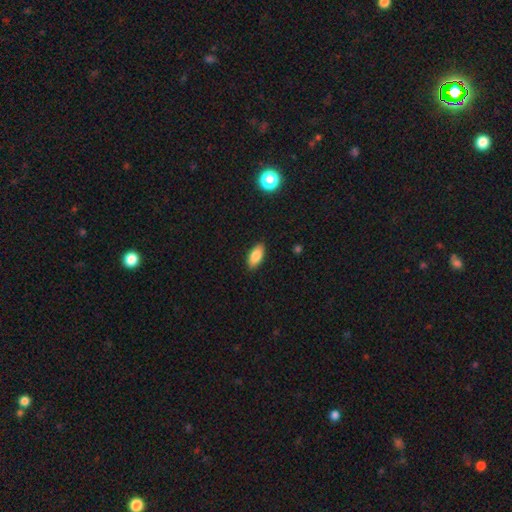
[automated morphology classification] This is clearly a smooth galaxy (85%). How rounded: clearly in between (89%). Merging: clearly none (88%).